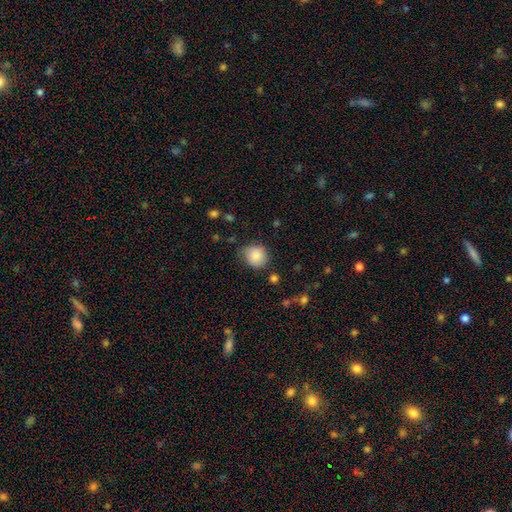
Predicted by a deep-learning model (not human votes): The model was most divided on "merging": none: 66%, minor disturbance: 26%, major disturbance: 6%, merger: 2%. More confident: smooth or featured — smooth (86%); how rounded — round (81%).